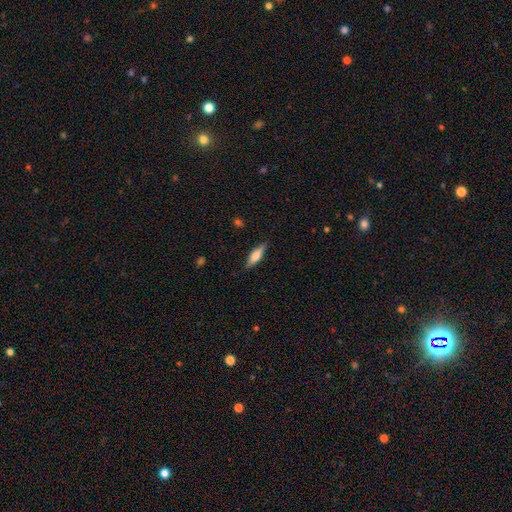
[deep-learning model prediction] Smooth or featured? Predicted: smooth (p=0.57). How rounded? Predicted: cigar-shaped (p=0.56). Merging? Predicted: none (p=0.85).